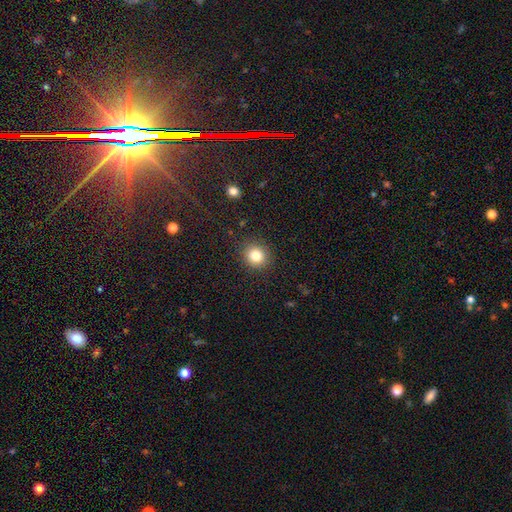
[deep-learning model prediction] Morphology: type=smooth (82%); roundness=round (87%); merging=none (89%).